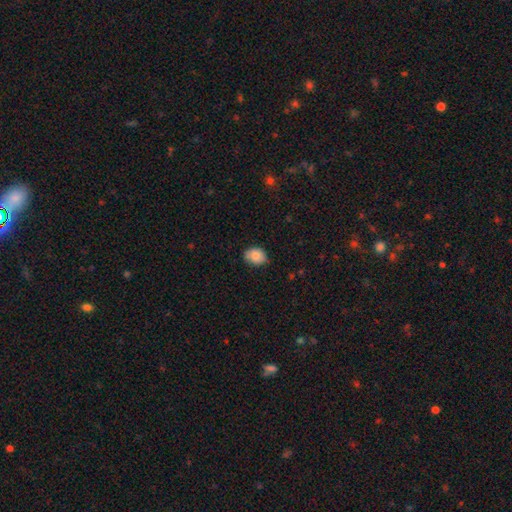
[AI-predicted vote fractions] A smooth galaxy with no disk features (81%) that is round (50%). Merging: none (71%).